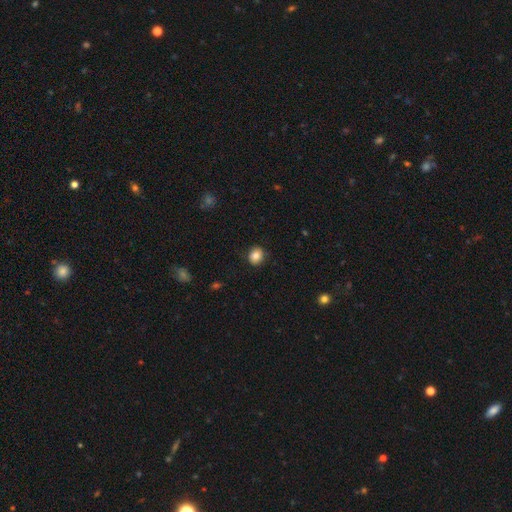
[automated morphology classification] Smooth or featured?
  - smooth: 83% *
  - star or artifact: 10%
  - featured or disk: 7%
How rounded?
  - round: 72% *
  - in between: 27%
  - cigar-shaped: 1%
Merging?
  - none: 86% *
  - minor disturbance: 11%
  - major disturbance: 2%
  - merger: 1%